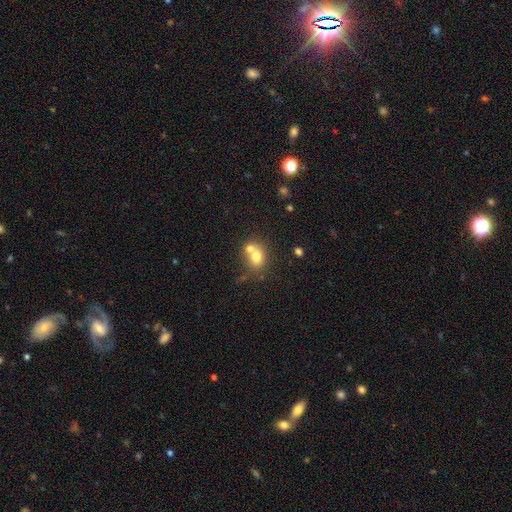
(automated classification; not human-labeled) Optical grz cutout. It shows a smooth galaxy with no disk features (71%) that is round (62%). Merging: merger (54%).